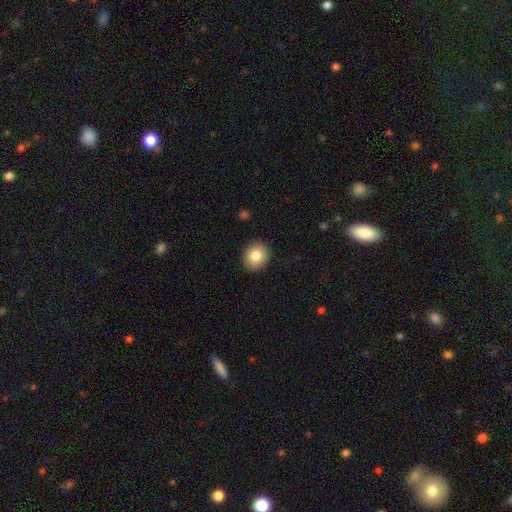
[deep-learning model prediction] Morphology: type=smooth (83%); roundness=round (71%); merging=none (91%).